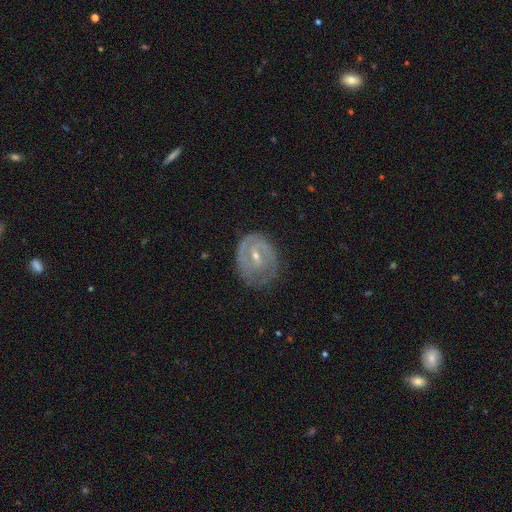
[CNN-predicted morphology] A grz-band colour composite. It shows a featured or disk galaxy (80%) with a weak bar (52%), 2 (57%) tight (56%) spiral arms (88%) and a small central bulge (58%). Merging: none (68%).